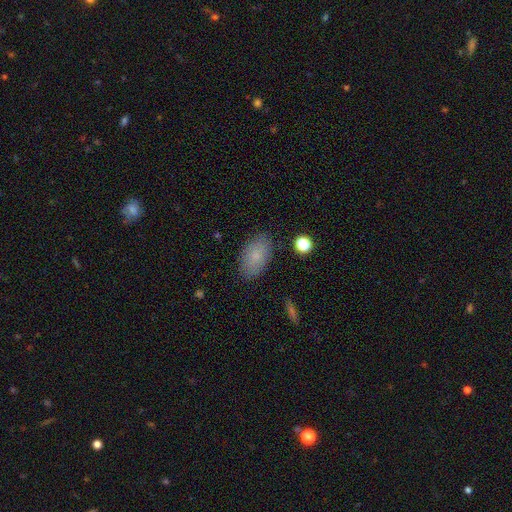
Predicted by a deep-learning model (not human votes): Smooth or featured? smooth (80%)
How rounded? in between (92%)
Merging? none (85%)